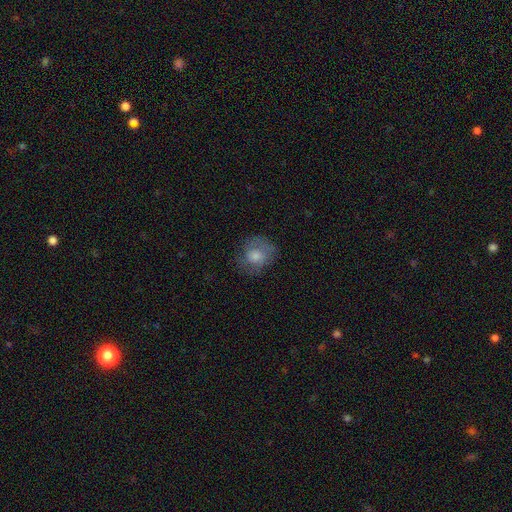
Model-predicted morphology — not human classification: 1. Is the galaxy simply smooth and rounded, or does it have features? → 56% smooth, 33% featured or disk, 11% star or artifact.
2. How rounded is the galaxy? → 74% round, 25% in between, 1% cigar-shaped.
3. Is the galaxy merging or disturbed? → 67% none, 21% minor disturbance, 11% major disturbance, 1% merger.